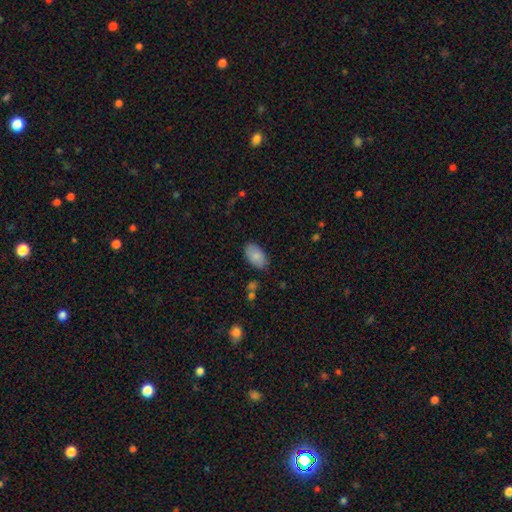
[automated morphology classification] This is clearly a smooth galaxy (83%). How rounded: clearly in between (93%). Merging: likely none (80%).